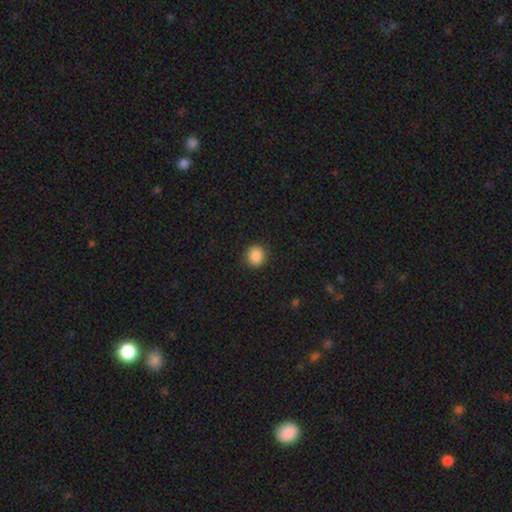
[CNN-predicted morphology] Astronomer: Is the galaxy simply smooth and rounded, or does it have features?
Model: smooth — 88%.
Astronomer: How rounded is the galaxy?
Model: round — 86%.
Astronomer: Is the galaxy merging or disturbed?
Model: none — 89%.